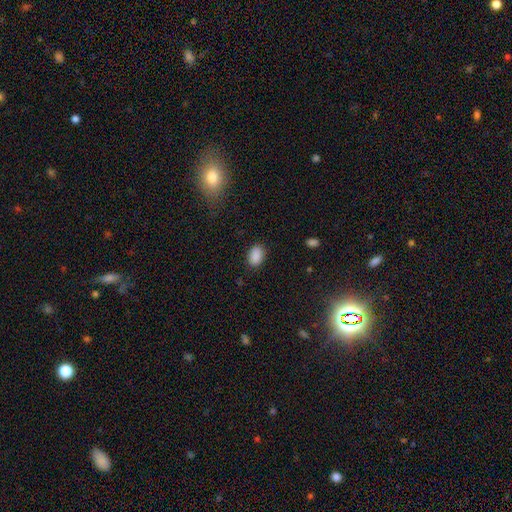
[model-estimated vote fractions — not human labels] Smooth or featured? Predicted: smooth (p=0.89). How rounded? Predicted: in between (p=0.85). Merging? Predicted: none (p=0.84).